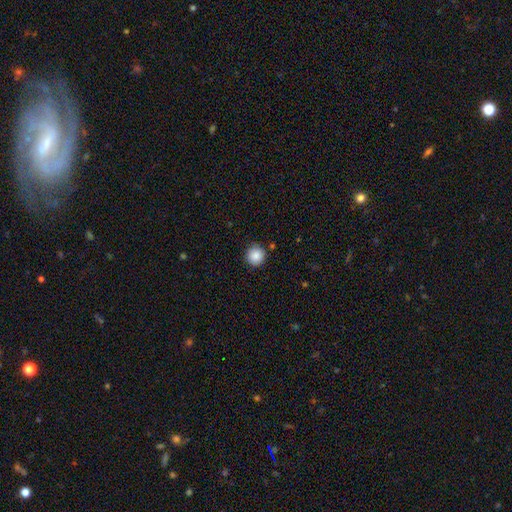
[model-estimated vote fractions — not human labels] The model was most divided on "merging": none: 87%, minor disturbance: 9%, major disturbance: 2%, merger: 2%. More confident: how rounded — round (94%); smooth or featured — smooth (87%).